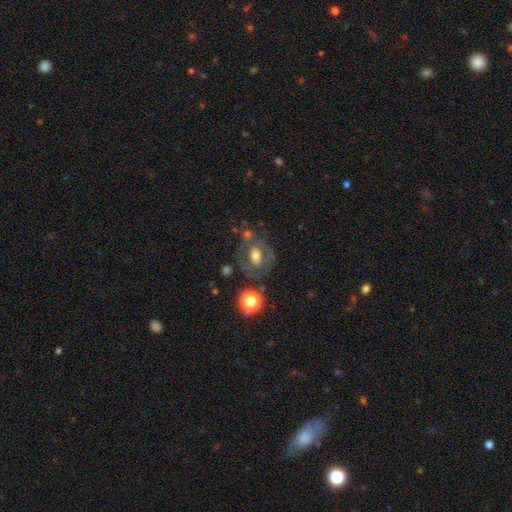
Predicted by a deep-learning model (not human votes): smooth_or_featured: featured or disk (p=0.49) [alt: smooth p=0.38]
merging: none (p=0.62) [alt: minor disturbance p=0.18]